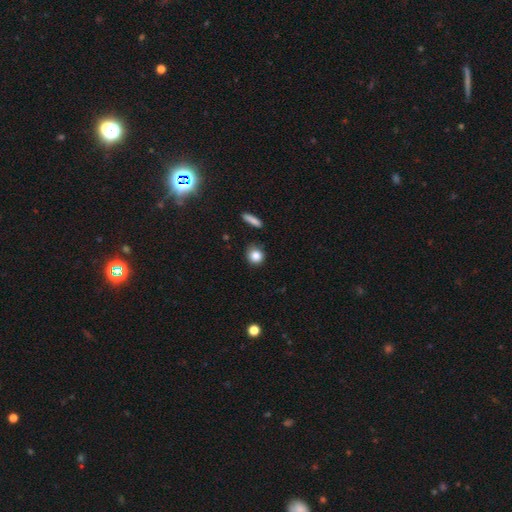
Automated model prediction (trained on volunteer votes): This appears to be a smooth galaxy with no disk features (84%) that is round (86%). Merging: none (83%).